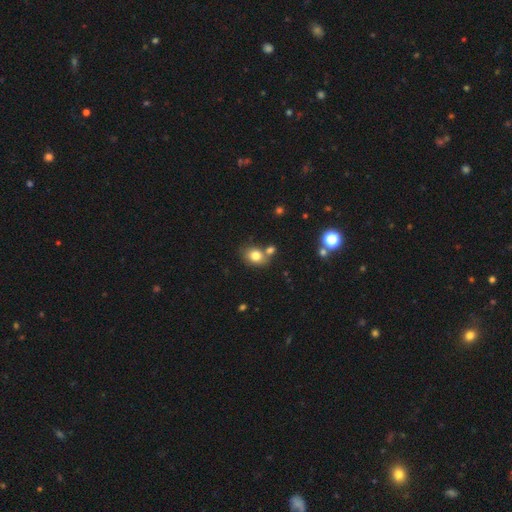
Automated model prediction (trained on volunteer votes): Smooth or featured? Predicted: smooth (p=0.79). How rounded? Predicted: in between (p=0.54). Merging? Predicted: none (p=0.61).